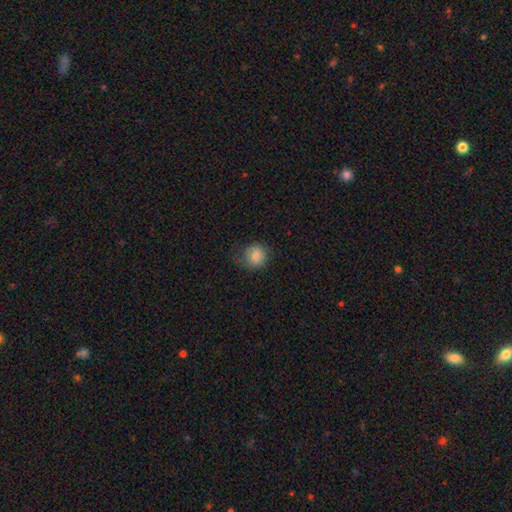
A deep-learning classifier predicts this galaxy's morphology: The model was most divided on "merging": none: 62%, minor disturbance: 24%, major disturbance: 14%, merger: 1%. More confident: how rounded — round (80%); smooth or featured — smooth (80%).